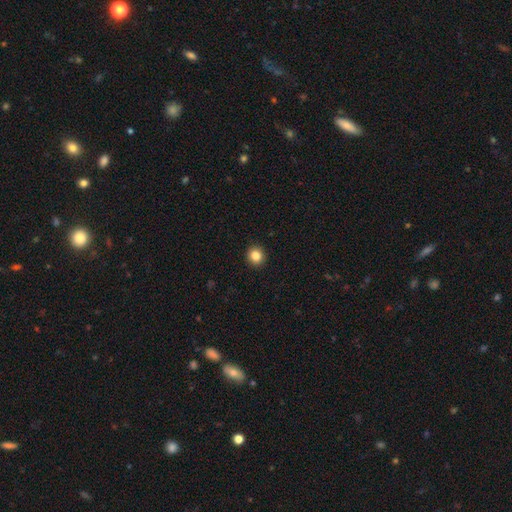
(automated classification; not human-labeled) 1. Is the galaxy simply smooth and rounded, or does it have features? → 84% smooth, 11% star or artifact, 5% featured or disk.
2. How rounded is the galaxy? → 91% round, 8% in between, 1% cigar-shaped.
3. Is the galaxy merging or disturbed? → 93% none, 4% minor disturbance, 1% major disturbance, 1% merger.